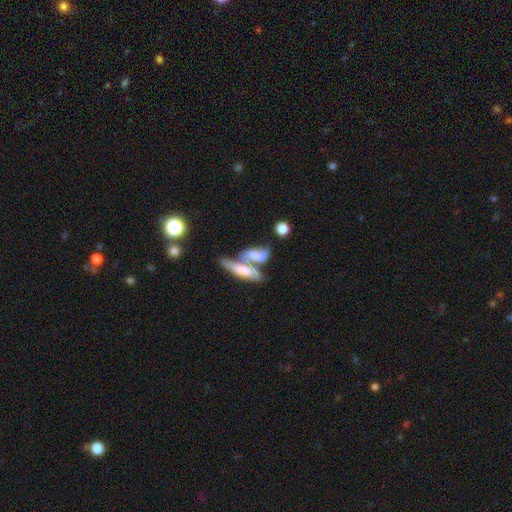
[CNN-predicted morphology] This is possibly a smooth galaxy (47%). Merging: likely merger (64%).